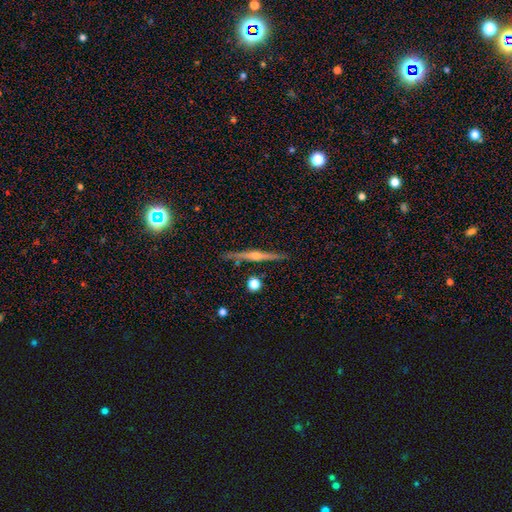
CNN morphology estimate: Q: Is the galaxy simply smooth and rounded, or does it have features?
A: featured or disk — 80%.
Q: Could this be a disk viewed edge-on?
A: yes — 98%.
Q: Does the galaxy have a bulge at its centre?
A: rounded — 86%.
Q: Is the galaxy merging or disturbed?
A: none — 88%.